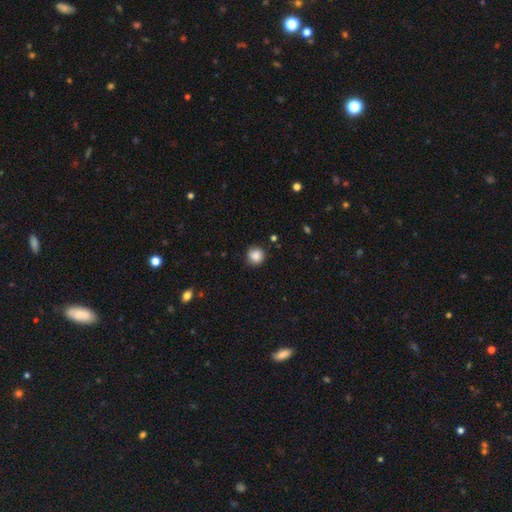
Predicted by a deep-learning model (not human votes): Q: Smooth or featured?
A: smooth (86%); runner-up: star or artifact (10%)
Q: How rounded?
A: round (93%); runner-up: in between (6%)
Q: Merging?
A: none (85%); runner-up: minor disturbance (11%)